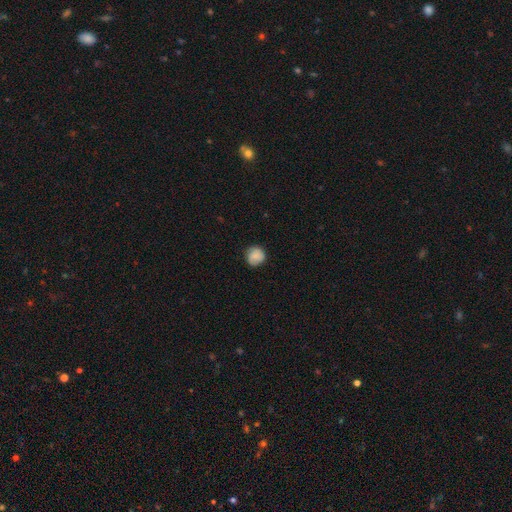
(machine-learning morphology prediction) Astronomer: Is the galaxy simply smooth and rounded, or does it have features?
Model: smooth — 79%.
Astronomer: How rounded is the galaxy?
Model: round — 90%.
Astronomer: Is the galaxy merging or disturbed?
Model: none — 81%.